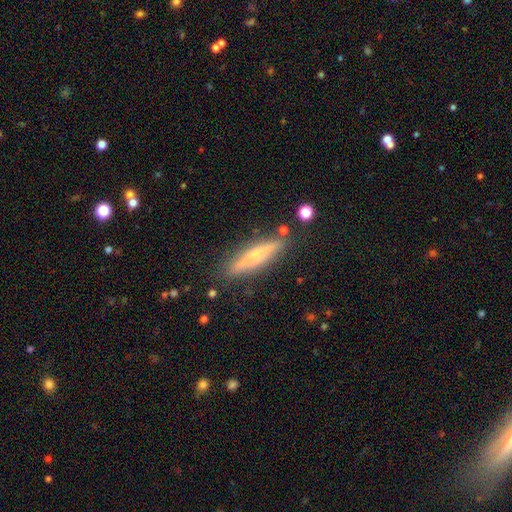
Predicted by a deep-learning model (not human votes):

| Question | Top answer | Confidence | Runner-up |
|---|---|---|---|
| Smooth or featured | featured or disk | 55% | smooth (38%) |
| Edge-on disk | yes | 93% | no (7%) |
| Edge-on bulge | rounded | 80% | none (13%) |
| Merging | none | 84% | minor disturbance (11%) |